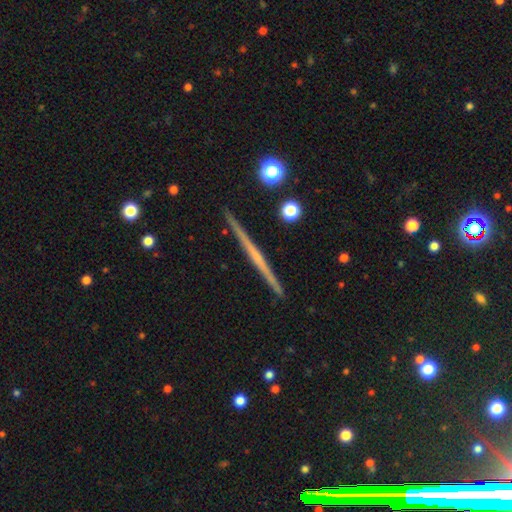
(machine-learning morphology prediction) type=featured or disk (67%); edge-on=yes (98%); edge-on bulge=none (79%); merging=none (91%).